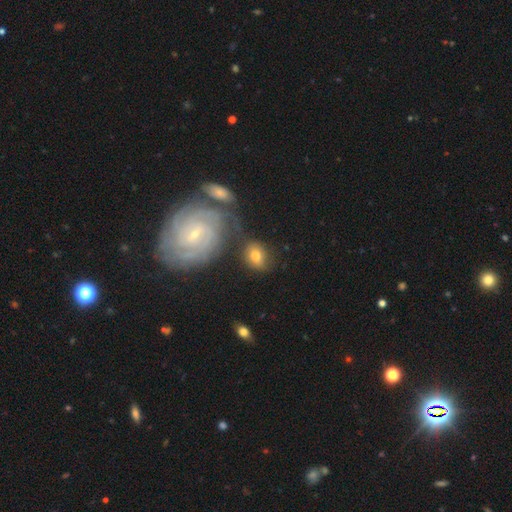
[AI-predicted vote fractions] The model was most divided on "how rounded": in between: 58%, round: 40%, cigar-shaped: 2%. More confident: merging — none (67%); smooth or featured — smooth (57%).